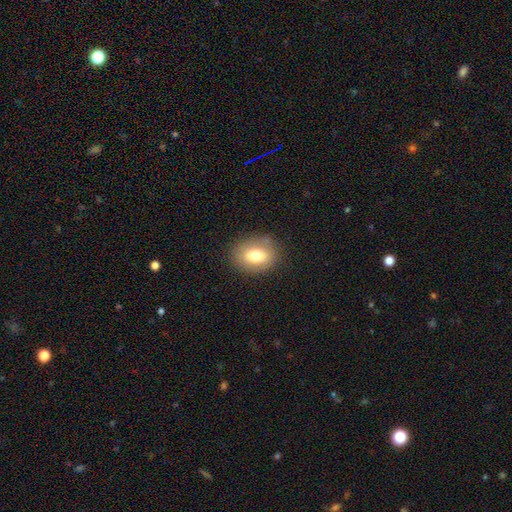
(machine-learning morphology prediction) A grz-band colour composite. It shows a smooth galaxy with no disk features (73%) that is in between round and cigar-shaped (62%). Merging: none (83%).